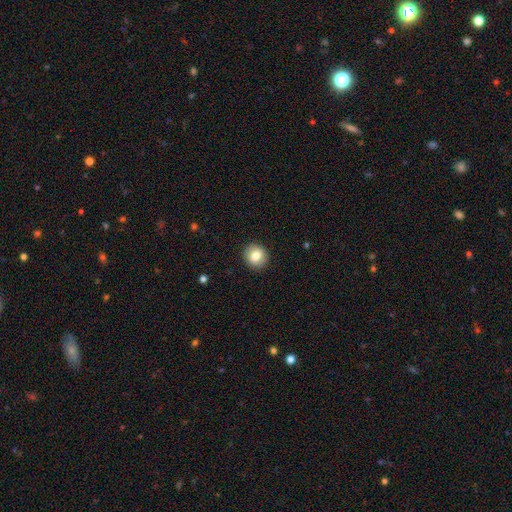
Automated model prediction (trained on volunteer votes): Overall: smooth (81%). How rounded: round (85%). Merging: none (91%).